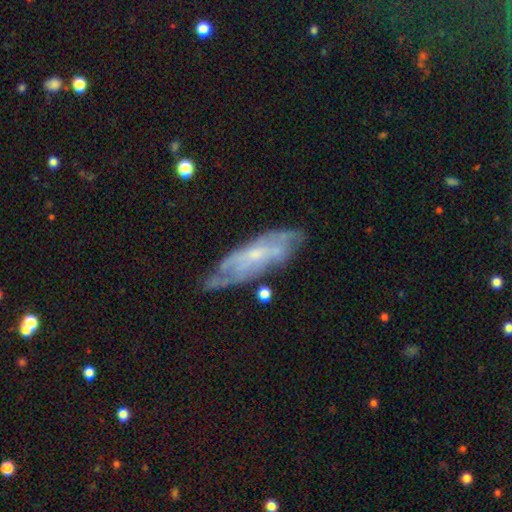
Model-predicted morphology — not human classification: A featured or disk galaxy (70%) with no bar (64%), spiral arms (76%) and a small central bulge (68%).

Vote fractions:
- Smooth or featured? featured or disk: 70% / smooth: 22% / star or artifact: 8%
- Edge-on disk? no: 76% / yes: 24%
- Bar? no: 64% / weak: 30% / strong: 7%
- Spiral arms? yes: 76% / no: 24%
- Bulge size? small: 68% / moderate: 21% / none: 9% / large: 1% / dominant: 1%
- Merging? none: 65% / minor disturbance: 23% / major disturbance: 8% / merger: 4%